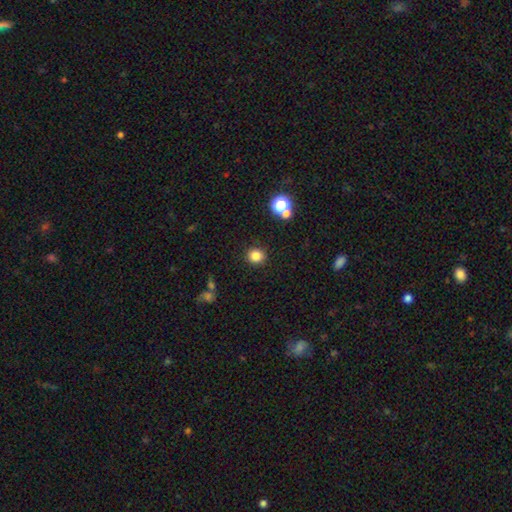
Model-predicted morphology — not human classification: smooth_or_featured: smooth (p=0.82) [alt: star or artifact p=0.13]
how_rounded: round (p=0.86) [alt: in between p=0.13]
merging: none (p=0.89) [alt: minor disturbance p=0.06]